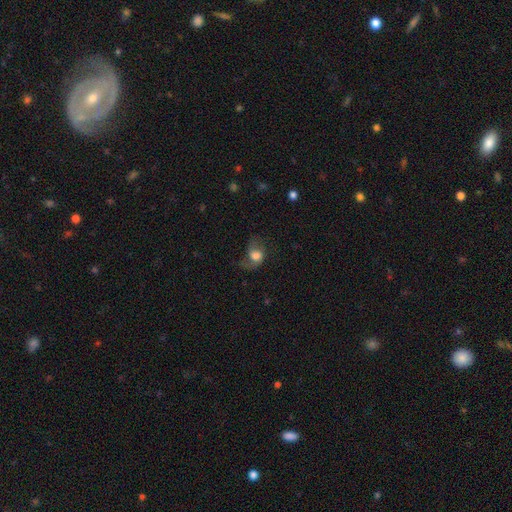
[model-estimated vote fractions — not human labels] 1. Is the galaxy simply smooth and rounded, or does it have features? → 52% smooth, 39% featured or disk, 9% star or artifact.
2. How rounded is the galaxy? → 54% in between, 44% round, 1% cigar-shaped.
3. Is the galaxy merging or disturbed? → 39% major disturbance, 35% none, 23% minor disturbance, 2% merger.